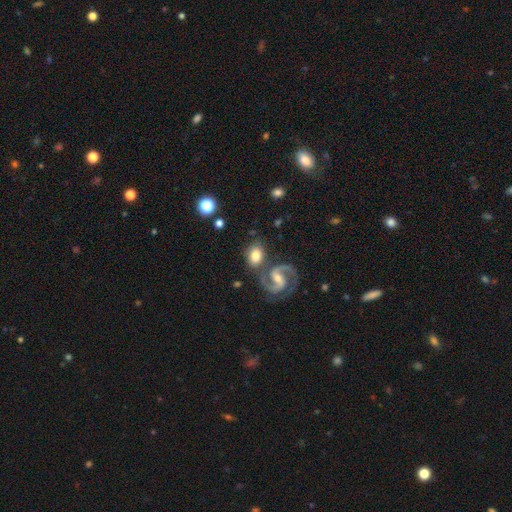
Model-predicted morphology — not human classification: Smooth or featured?
  - smooth: 47% *
  - featured or disk: 45%
  - star or artifact: 8%
Merging?
  - none: 60% *
  - merger: 22%
  - minor disturbance: 13%
  - major disturbance: 4%